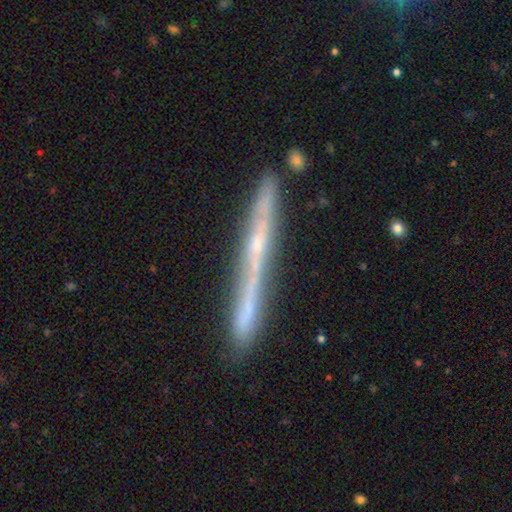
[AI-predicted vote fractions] featured or disk 70%, smooth 21%, star or artifact 8%. Down the decision tree: edge-on disk — yes (97%); edge-on bulge — none (66%); merging — none (83%).